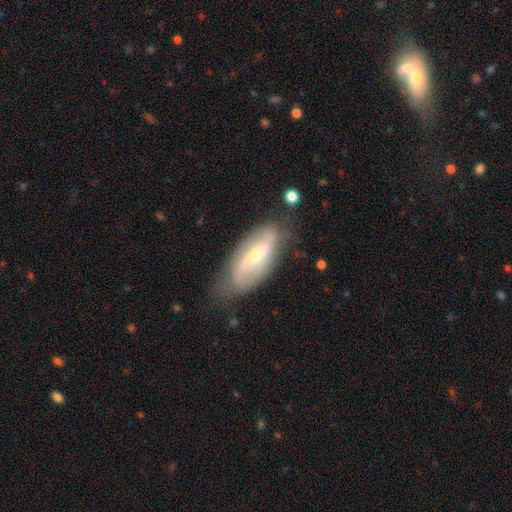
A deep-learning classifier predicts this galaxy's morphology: A featured or disk galaxy (74%) with a weak bar (39%), 2 (83%) loose (50%) spiral arms (84%) and a small central bulge (64%). Merging: none (72%).